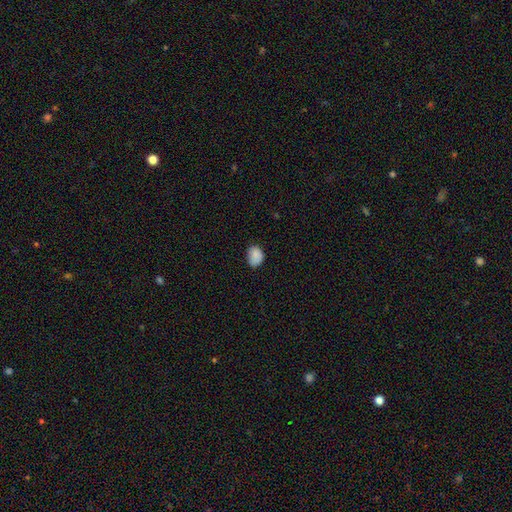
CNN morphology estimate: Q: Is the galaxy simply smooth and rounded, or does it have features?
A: smooth — 85%.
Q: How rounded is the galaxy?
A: in between — 60%.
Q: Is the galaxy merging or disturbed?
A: none — 69%.